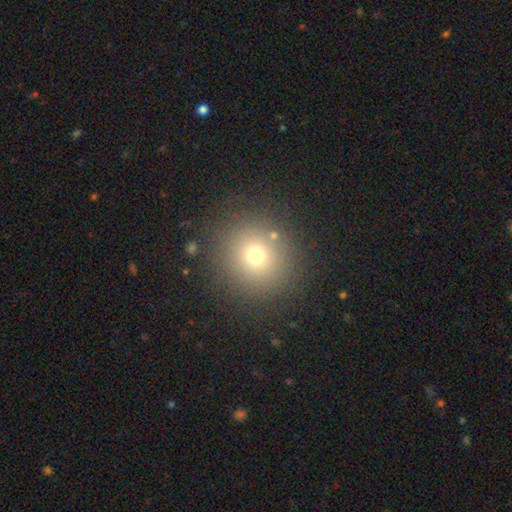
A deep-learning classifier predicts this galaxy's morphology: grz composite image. It shows a smooth galaxy with no disk features (69%) that is round (93%). Merging: none (86%).